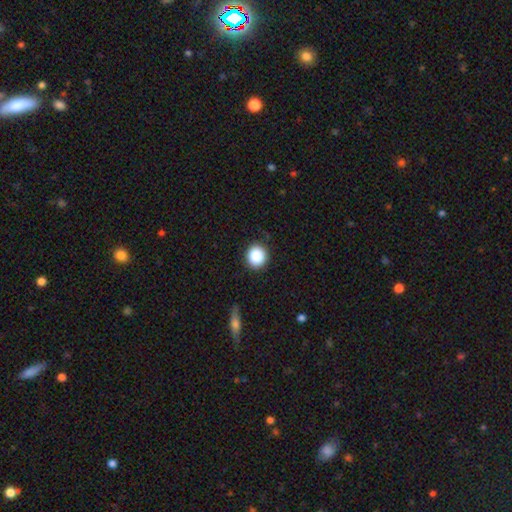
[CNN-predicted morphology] A smooth galaxy with no disk features (88%) that is round (88%). Merging: none (87%).